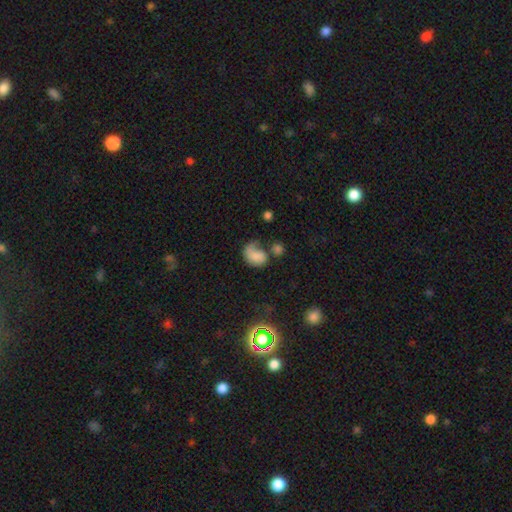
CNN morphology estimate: smooth_or_featured: smooth (p=0.59) [alt: featured or disk p=0.29]
how_rounded: in between (p=0.68) [alt: round p=0.30]
merging: major disturbance (p=0.37) [alt: none p=0.26]